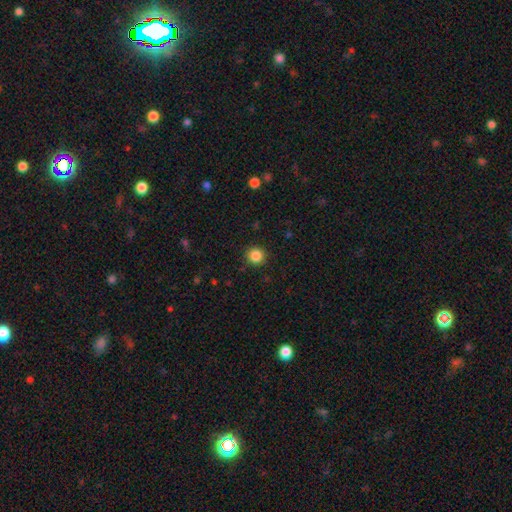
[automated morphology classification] Smooth or featured? smooth (85%)
How rounded? round (94%)
Merging? none (91%)